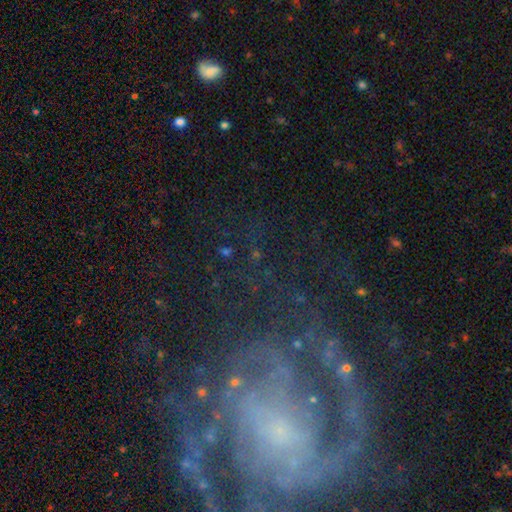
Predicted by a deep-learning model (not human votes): Smooth or featured: featured or disk — 73% (star or artifact — 16%)
Edge-on disk: no — 97% (yes — 3%)
Bar: no — 51% (weak — 33%)
Spiral arms: yes — 83% (no — 17%)
Spiral winding: tight — 43% (medium — 37%)
Spiral arm count: 2 — 31% (tied with can't tell — 31%)
Bulge size: small — 57% (moderate — 19%)
Merging: none — 59% (major disturbance — 21%)